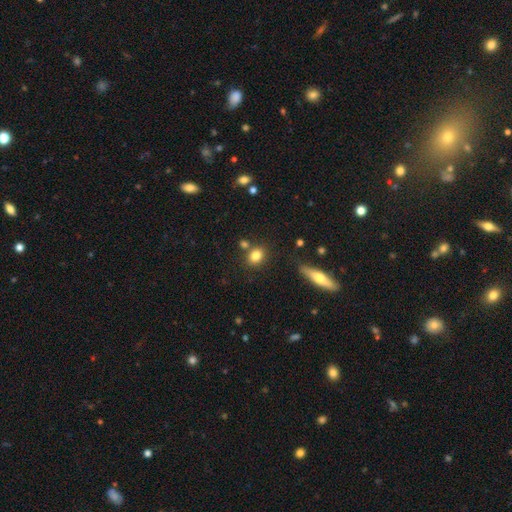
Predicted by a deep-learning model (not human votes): The model was most divided on "how rounded": round: 50%, in between: 47%, cigar-shaped: 2%. More confident: smooth or featured — smooth (80%); merging — none (73%).